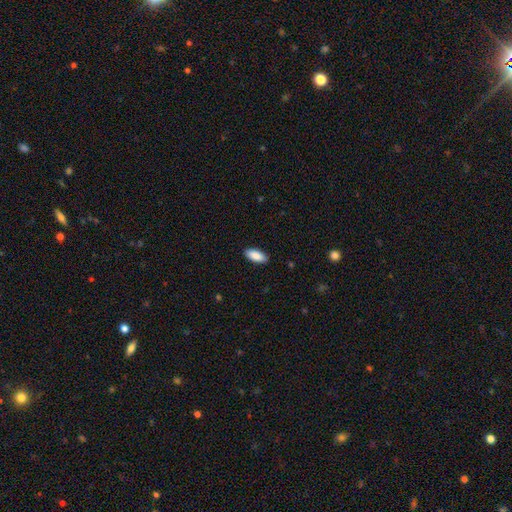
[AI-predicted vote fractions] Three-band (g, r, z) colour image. It shows a smooth galaxy with no disk features (89%) that is in between round and cigar-shaped (84%). Merging: none (89%).